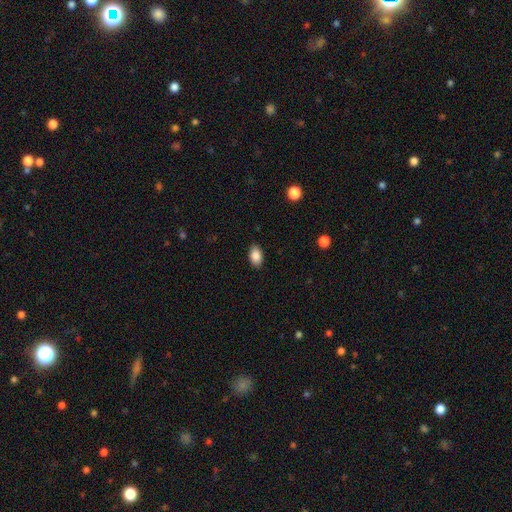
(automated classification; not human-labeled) Q: Smooth or featured?
A: smooth (88%); runner-up: star or artifact (8%)
Q: How rounded?
A: in between (90%); runner-up: round (8%)
Q: Merging?
A: none (87%); runner-up: minor disturbance (9%)